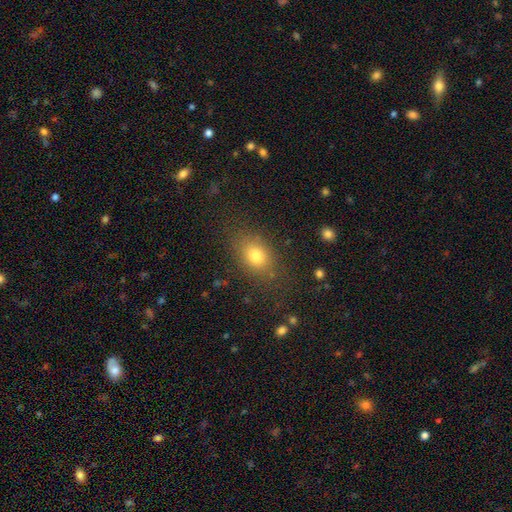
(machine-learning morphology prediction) type=smooth (79%); roundness=in between (71%); merging=none (78%).